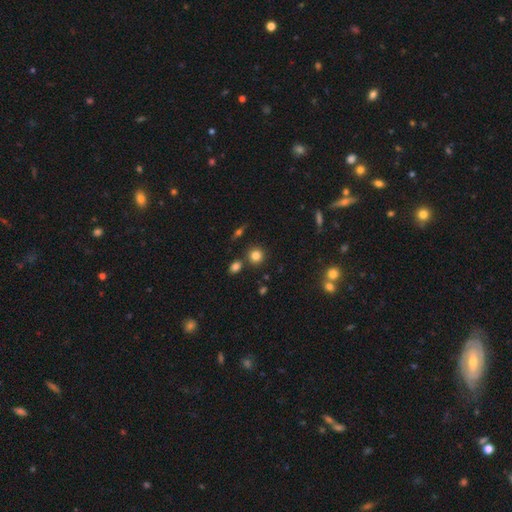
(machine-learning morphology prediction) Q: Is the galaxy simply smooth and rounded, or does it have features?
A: smooth — 81%.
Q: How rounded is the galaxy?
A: round — 88%.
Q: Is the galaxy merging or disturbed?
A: none — 78%.